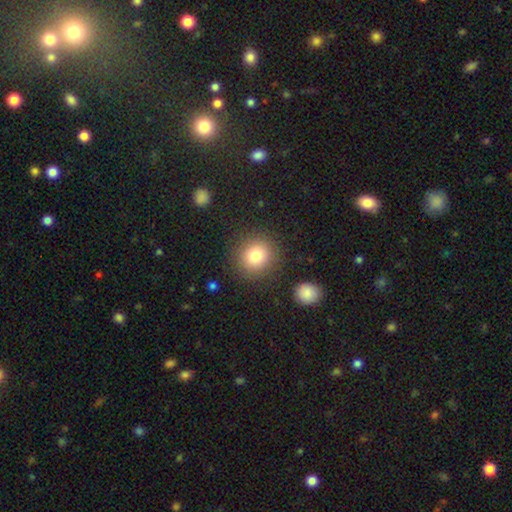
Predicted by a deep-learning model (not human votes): Smooth or featured: smooth — 80% (star or artifact — 11%)
How rounded: round — 88% (in between — 11%)
Merging: none — 87% (minor disturbance — 7%)